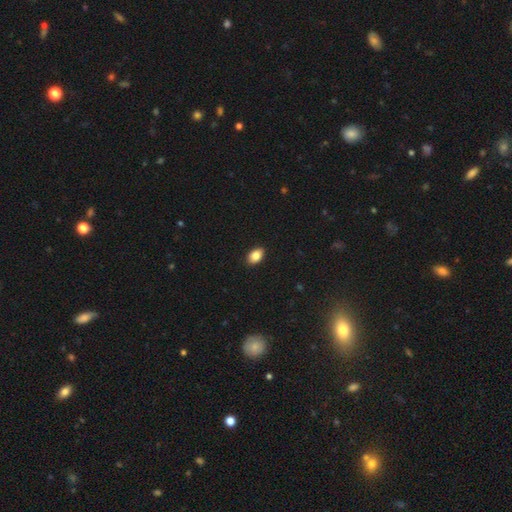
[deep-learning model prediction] Smooth or featured? Predicted: smooth (p=0.87). How rounded? Predicted: in between (p=0.87). Merging? Predicted: none (p=0.90).